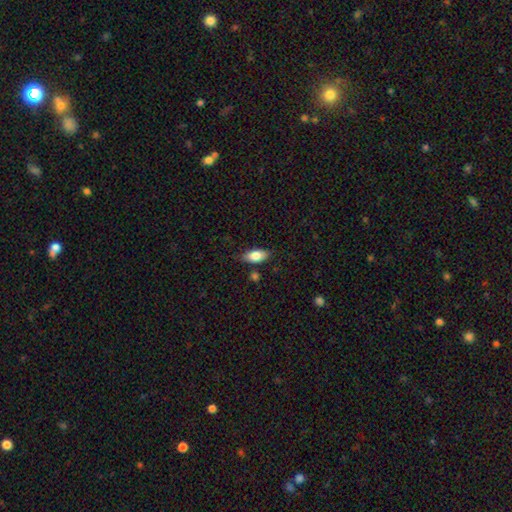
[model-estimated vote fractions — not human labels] Smooth or featured?
  - smooth: 80% *
  - featured or disk: 13%
  - star or artifact: 7%
How rounded?
  - in between: 87% *
  - cigar-shaped: 9%
  - round: 4%
Merging?
  - none: 80% *
  - minor disturbance: 14%
  - merger: 3%
  - major disturbance: 3%